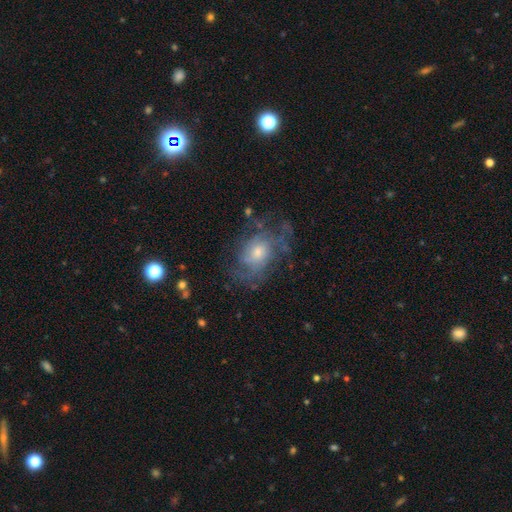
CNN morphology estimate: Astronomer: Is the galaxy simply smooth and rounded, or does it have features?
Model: featured or disk — 66%.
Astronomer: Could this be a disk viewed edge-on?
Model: no — 96%.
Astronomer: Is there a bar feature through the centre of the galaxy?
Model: no — 76%.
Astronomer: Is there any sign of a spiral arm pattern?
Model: yes — 82%.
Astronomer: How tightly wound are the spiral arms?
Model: tight — 46% (runner-up: medium, 38%).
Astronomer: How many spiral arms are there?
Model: can't tell — 54%.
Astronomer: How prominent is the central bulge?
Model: moderate — 50% (runner-up: small, 38%).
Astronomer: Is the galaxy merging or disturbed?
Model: none — 67%.